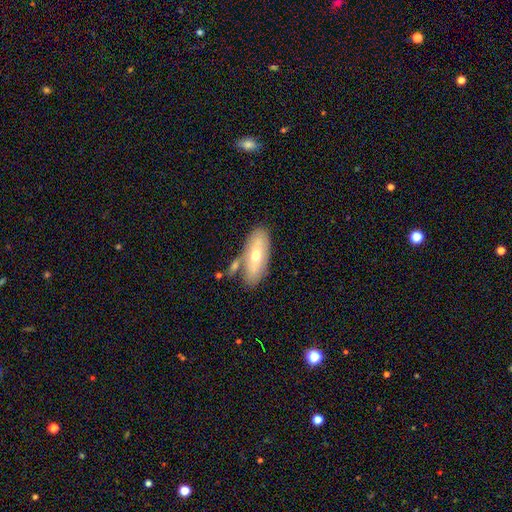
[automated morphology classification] The model was most divided on "smooth or featured": smooth: 53%, featured or disk: 41%, star or artifact: 7%. More confident: how rounded — in between (78%); merging — none (65%).